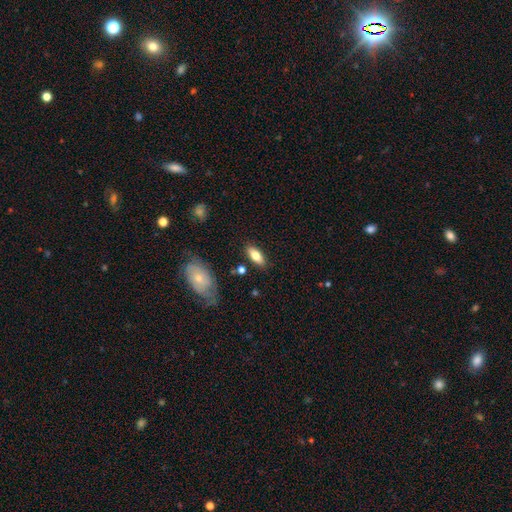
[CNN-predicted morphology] A smooth galaxy with no disk features (75%) that is in between round and cigar-shaped (79%). Merging: none (83%).